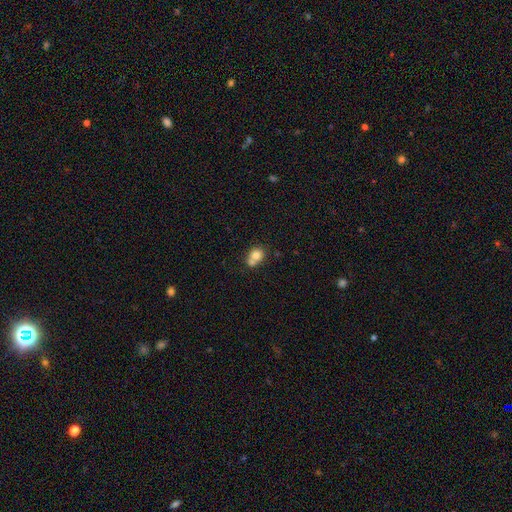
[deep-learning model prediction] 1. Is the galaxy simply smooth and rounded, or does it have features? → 76% smooth, 14% featured or disk, 10% star or artifact.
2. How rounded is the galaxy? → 71% round, 28% in between, 1% cigar-shaped.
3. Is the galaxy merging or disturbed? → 50% merger, 36% none, 10% minor disturbance, 4% major disturbance.